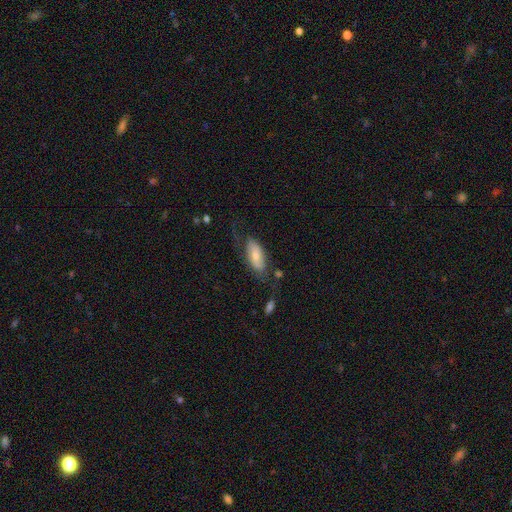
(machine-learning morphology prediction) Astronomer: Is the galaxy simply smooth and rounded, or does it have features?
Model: smooth — 60%.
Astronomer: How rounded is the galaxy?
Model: in between — 84%.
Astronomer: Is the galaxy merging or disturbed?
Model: none — 53%.